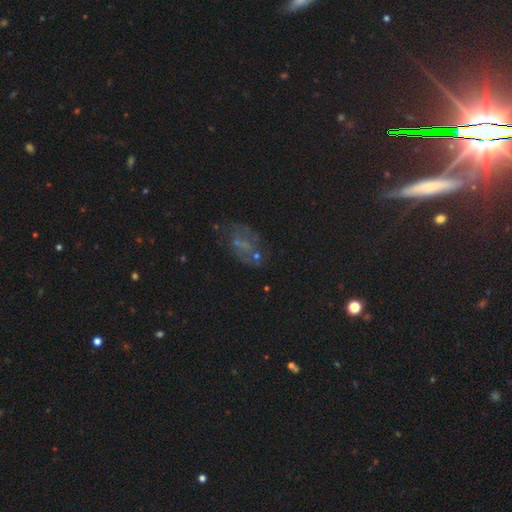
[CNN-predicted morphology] smooth_or_featured: featured or disk (p=0.44) [alt: star or artifact p=0.29]
merging: none (p=0.51) [alt: major disturbance p=0.21]